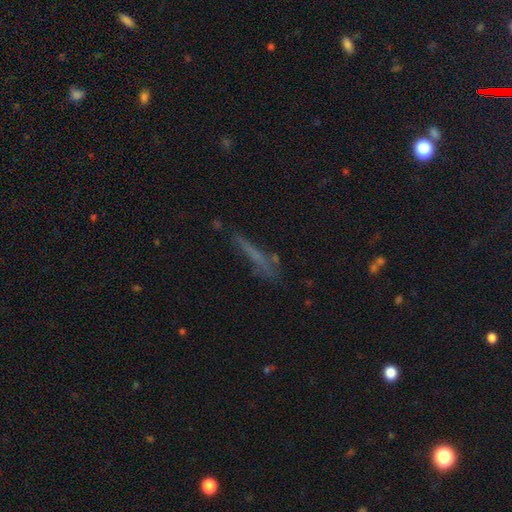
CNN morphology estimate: Smooth or featured? Predicted: smooth (p=0.51). How rounded? Predicted: cigar-shaped (p=0.89). Merging? Predicted: none (p=0.64).